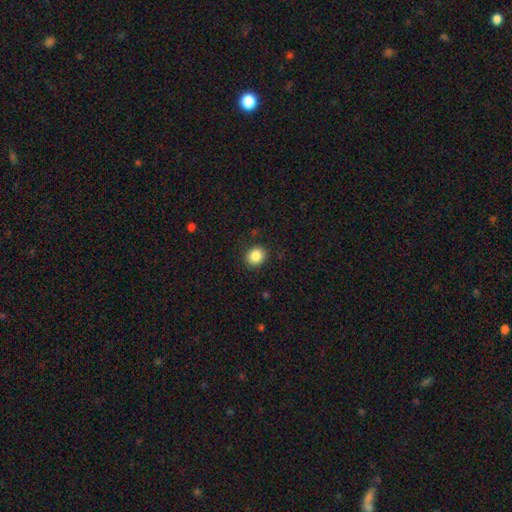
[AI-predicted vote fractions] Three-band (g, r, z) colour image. It shows a smooth galaxy with no disk features (87%) that is round (71%). Merging: none (88%).